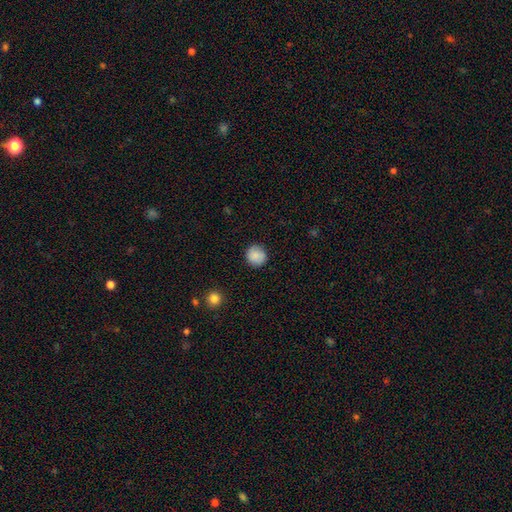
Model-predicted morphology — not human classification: Smooth or featured? smooth (88%)
How rounded? round (93%)
Merging? none (90%)